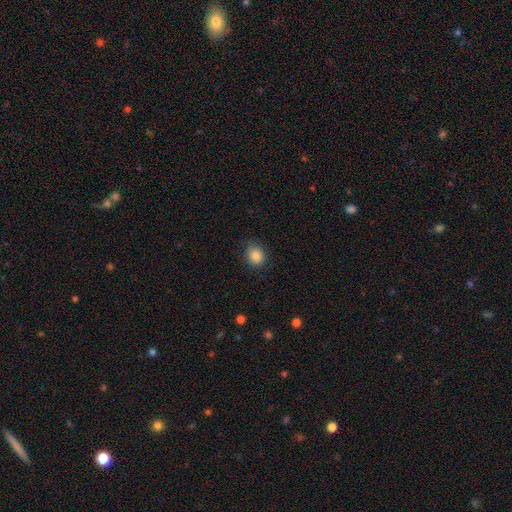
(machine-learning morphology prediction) smooth-or-featured: smooth: 85% | star or artifact: 10% | featured or disk: 5%
  how-rounded: round: 62% | in between: 37% | cigar-shaped: 1%
  merging: none: 82% | minor disturbance: 13% | major disturbance: 3% | merger: 1%